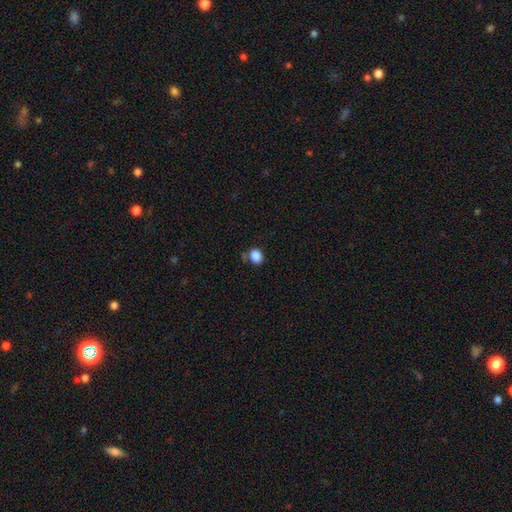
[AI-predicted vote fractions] This is clearly a smooth galaxy (86%). How rounded: possibly round (56%). Merging: likely none (67%).